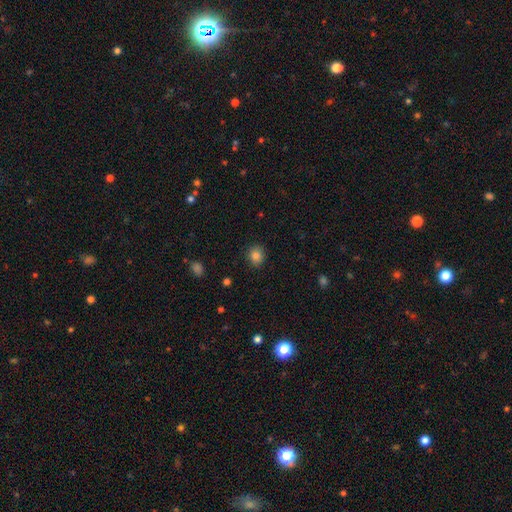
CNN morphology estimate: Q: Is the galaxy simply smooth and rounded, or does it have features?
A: smooth — 84%.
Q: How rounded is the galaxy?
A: round — 77%.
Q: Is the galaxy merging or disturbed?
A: none — 85%.